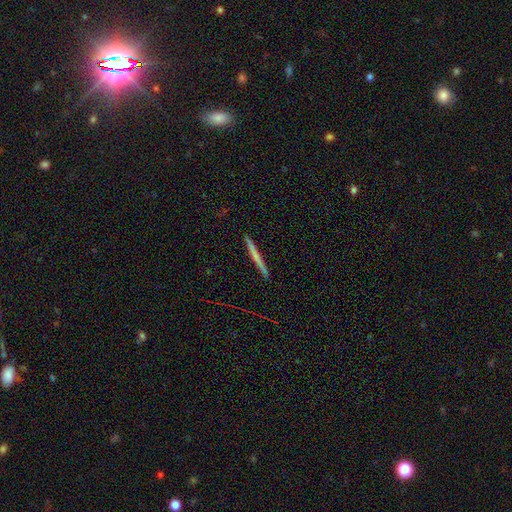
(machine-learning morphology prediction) This appears to be a smooth galaxy with no disk features (51%) that is cigar-shaped (97%). Merging: none (91%).